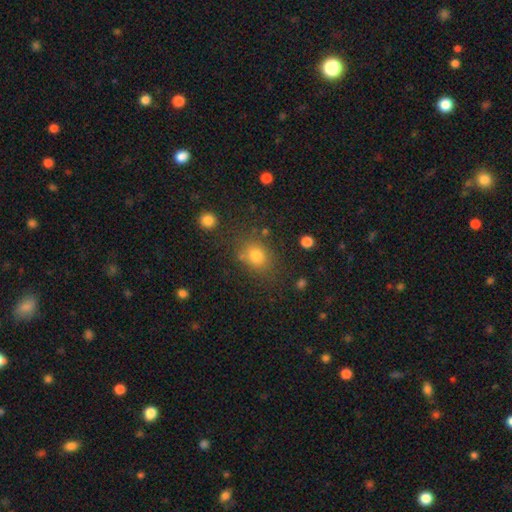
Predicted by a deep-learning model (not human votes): smooth 78%, star or artifact 14%, featured or disk 8%. Down the decision tree: how rounded — round (57%); merging — none (73%).